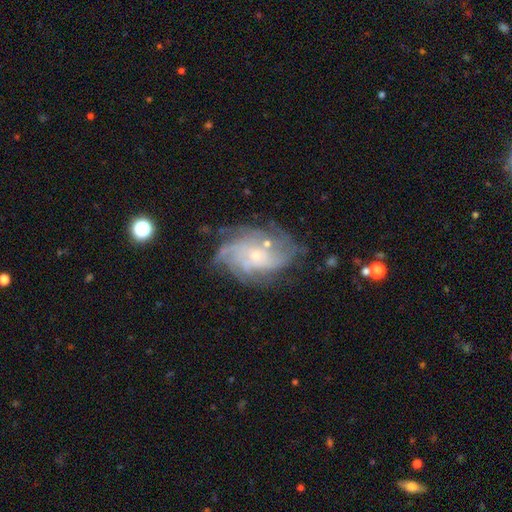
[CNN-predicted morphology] A featured or disk galaxy (80%) with no bar (77%), tight (53%) spiral arms (90%) and a small central bulge (74%). Merging: none (63%).